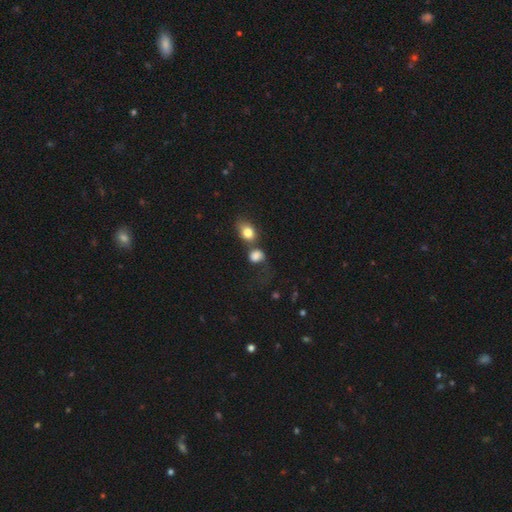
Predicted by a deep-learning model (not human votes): smooth_or_featured: smooth (p=0.79) [alt: featured or disk p=0.11]
how_rounded: in between (p=0.50) [alt: round p=0.48]
merging: merger (p=0.42) [alt: none p=0.26]